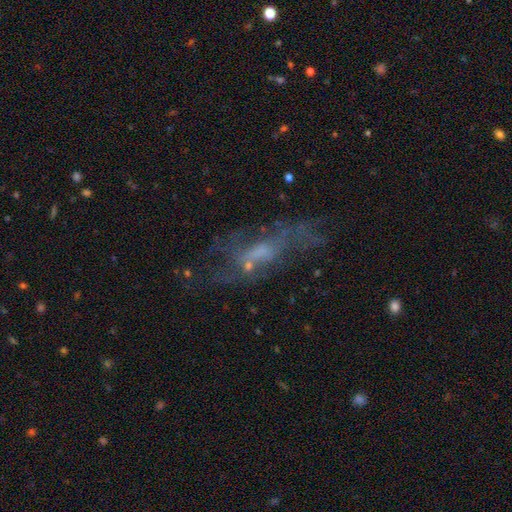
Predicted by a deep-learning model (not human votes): A featured or disk galaxy (58%). Merging: none (49%).